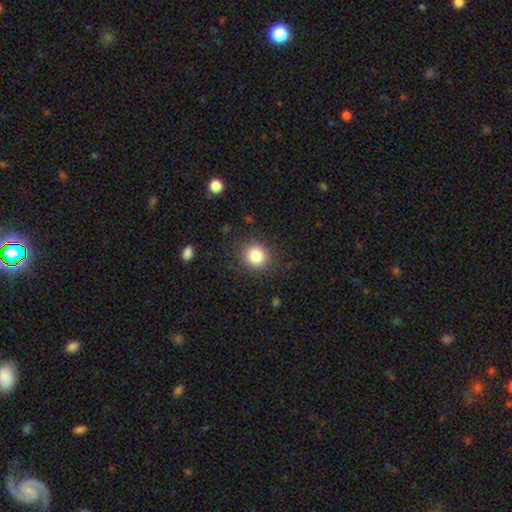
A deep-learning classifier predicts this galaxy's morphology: The model was most divided on "smooth or featured": smooth: 83%, star or artifact: 11%, featured or disk: 6%. More confident: how rounded — round (86%); merging — none (86%).